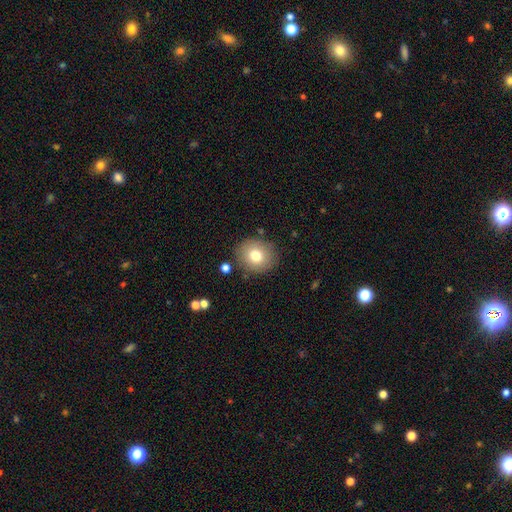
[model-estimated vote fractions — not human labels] This is likely a smooth galaxy (76%). How rounded: likely round (78%). Merging: clearly none (85%).